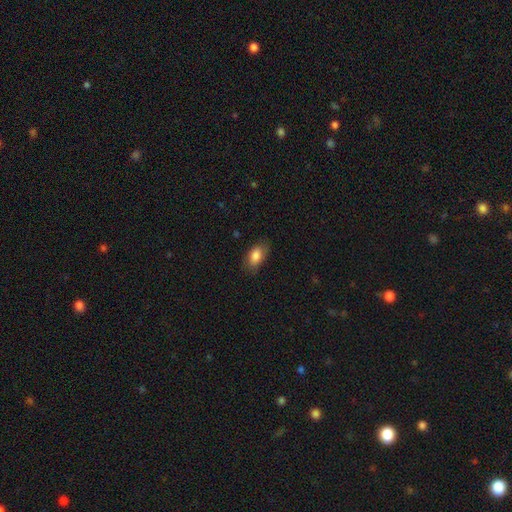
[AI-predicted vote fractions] Smooth or featured: smooth — 85% (featured or disk — 8%)
How rounded: in between — 91% (round — 6%)
Merging: none — 78% (minor disturbance — 16%)